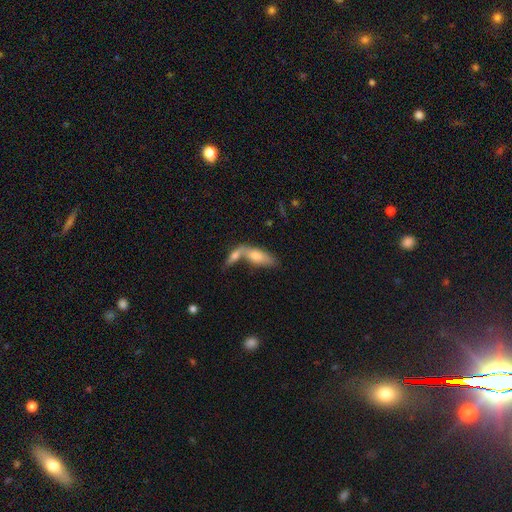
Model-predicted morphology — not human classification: Q: Smooth or featured?
A: smooth (63%); runner-up: featured or disk (30%)
Q: How rounded?
A: in between (63%); runner-up: cigar-shaped (34%)
Q: Merging?
A: merger (53%); runner-up: none (35%)